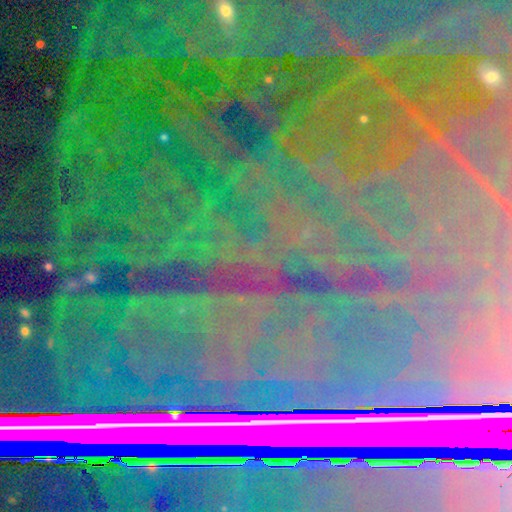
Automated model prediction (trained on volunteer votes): Smooth or featured? star or artifact (88%)